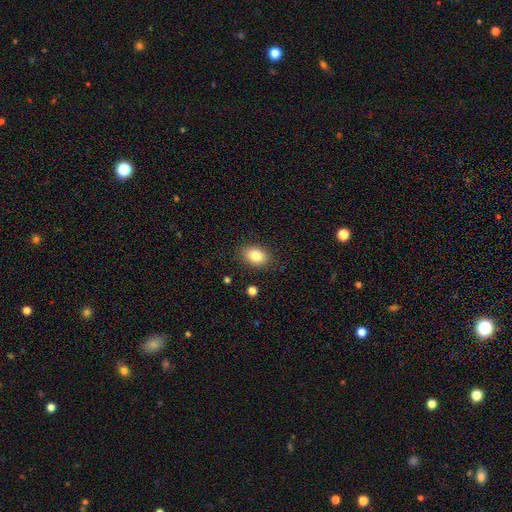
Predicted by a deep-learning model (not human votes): smooth_or_featured: smooth (p=0.84) [alt: star or artifact p=0.08]
how_rounded: in between (p=0.80) [alt: round p=0.18]
merging: none (p=0.86) [alt: minor disturbance p=0.10]